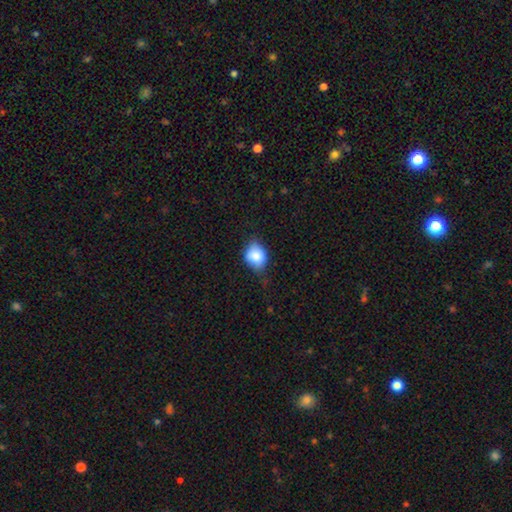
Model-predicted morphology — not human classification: A smooth galaxy with no disk features (82%) that is in between round and cigar-shaped (56%). Merging: none (59%).